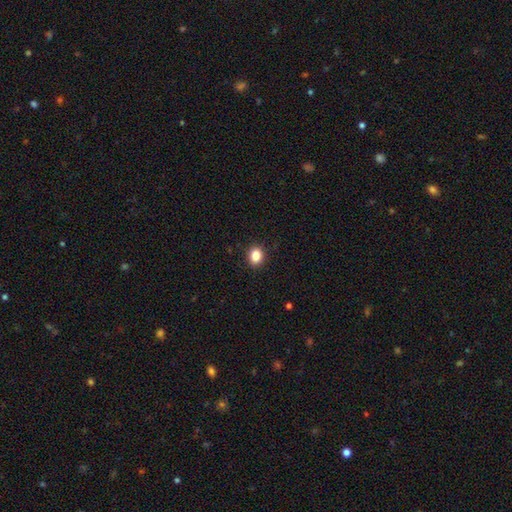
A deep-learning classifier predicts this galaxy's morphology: Q: Smooth or featured?
A: smooth (85%); runner-up: star or artifact (10%)
Q: How rounded?
A: round (50%); runner-up: in between (49%)
Q: Merging?
A: none (90%); runner-up: minor disturbance (7%)